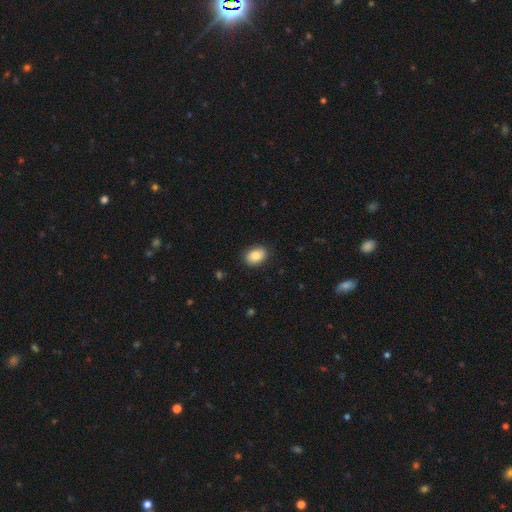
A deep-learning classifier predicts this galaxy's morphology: Smooth or featured: smooth — 86% (star or artifact — 7%)
How rounded: in between — 80% (round — 19%)
Merging: none — 86% (minor disturbance — 11%)